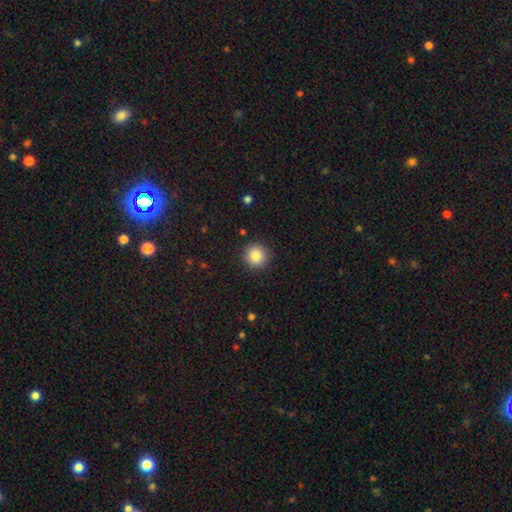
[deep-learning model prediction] smooth-or-featured: smooth: 87% | star or artifact: 9% | featured or disk: 4%
  how-rounded: round: 93% | in between: 6% | cigar-shaped: 1%
  merging: none: 90% | minor disturbance: 7% | major disturbance: 2% | merger: 1%